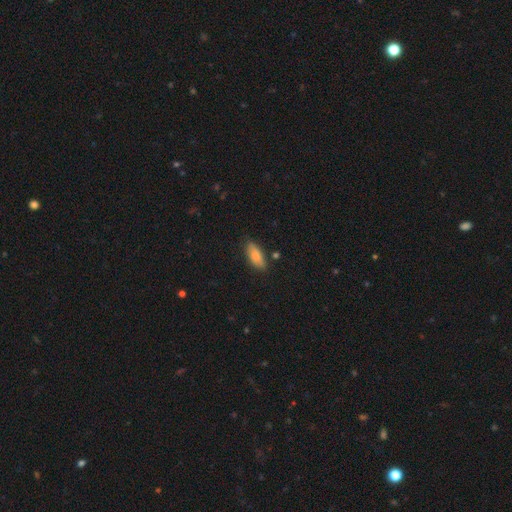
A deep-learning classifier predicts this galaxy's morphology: Smooth or featured? smooth (84%)
How rounded? in between (76%)
Merging? none (80%)